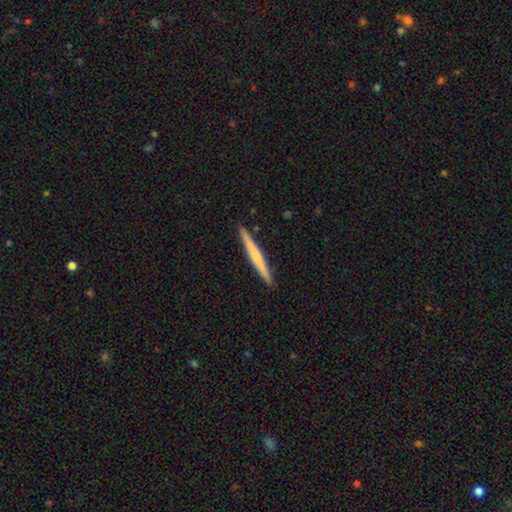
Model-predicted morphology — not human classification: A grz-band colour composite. It shows a smooth galaxy with no disk features (49%). Merging: none (93%).